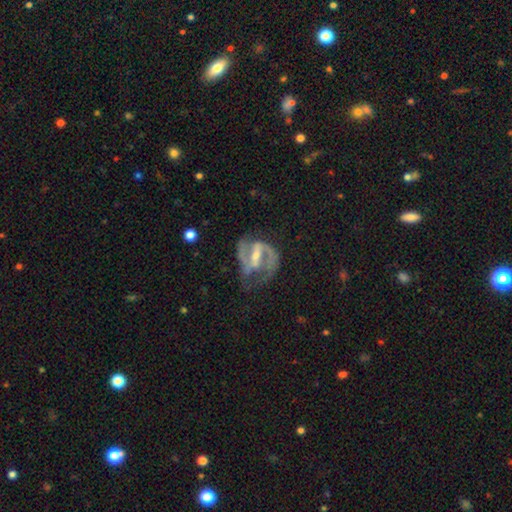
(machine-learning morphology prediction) A featured or disk galaxy (87%) with a strong bar (51%), 2 (85%) medium (56%) spiral arms (93%) and a small central bulge (45%).

Vote fractions:
- Smooth or featured? featured or disk: 87% / smooth: 7% / star or artifact: 6%
- Edge-on disk? no: 97% / yes: 3%
- Bar? strong: 51% / weak: 38% / no: 11%
- Spiral arms? yes: 93% / no: 7%
- Spiral winding? medium: 56% / tight: 25% / loose: 20%
- Spiral arm count? 2: 85% / can't tell: 6% / 1: 4% / 3: 3% / 4: 1% / more than 4: 1%
- Bulge size? small: 45% / moderate: 40% / none: 11% / large: 4% / dominant: 1%
- Merging? none: 56% / minor disturbance: 22% / major disturbance: 20% / merger: 3%